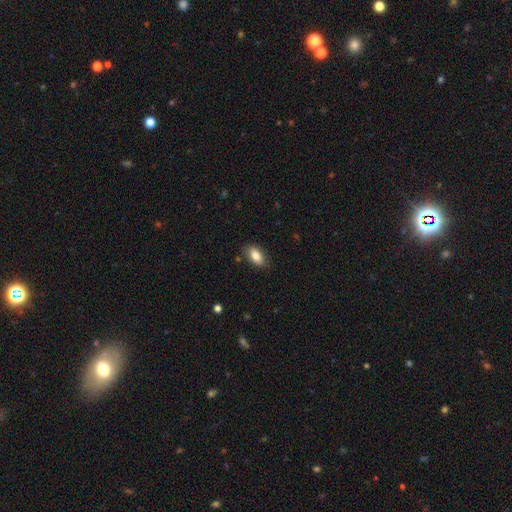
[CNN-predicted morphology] Smooth or featured?
  - smooth: 85% *
  - featured or disk: 8%
  - star or artifact: 7%
How rounded?
  - in between: 91% *
  - round: 5%
  - cigar-shaped: 4%
Merging?
  - none: 85% *
  - minor disturbance: 12%
  - major disturbance: 2%
  - merger: 1%